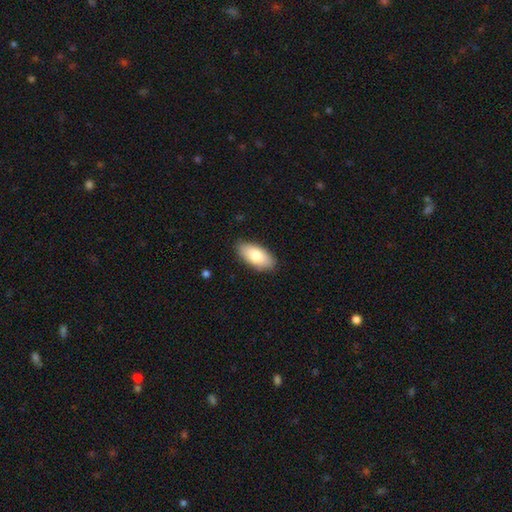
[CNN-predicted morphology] Smooth or featured: smooth — 80% (featured or disk — 15%)
How rounded: in between — 92% (cigar-shaped — 6%)
Merging: none — 87% (minor disturbance — 10%)